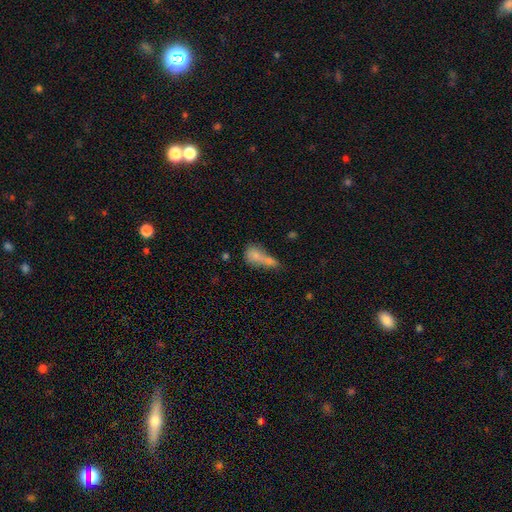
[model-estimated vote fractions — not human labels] The model was most divided on "how rounded": in between: 62%, round: 27%, cigar-shaped: 12%. More confident: smooth or featured — smooth (73%); merging — merger (62%).